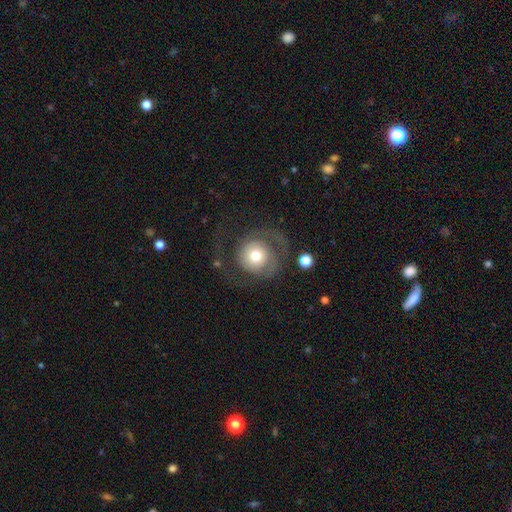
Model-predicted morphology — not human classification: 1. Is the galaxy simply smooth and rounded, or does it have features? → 53% featured or disk, 40% smooth, 7% star or artifact.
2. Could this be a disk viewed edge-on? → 97% no, 3% yes.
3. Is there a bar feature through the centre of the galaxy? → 84% no, 13% weak, 3% strong.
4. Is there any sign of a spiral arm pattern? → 75% yes, 25% no.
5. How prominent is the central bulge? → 61% moderate, 19% large, 15% small, 4% dominant, 1% none.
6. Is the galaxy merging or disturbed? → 44% none, 38% major disturbance, 15% minor disturbance, 3% merger.